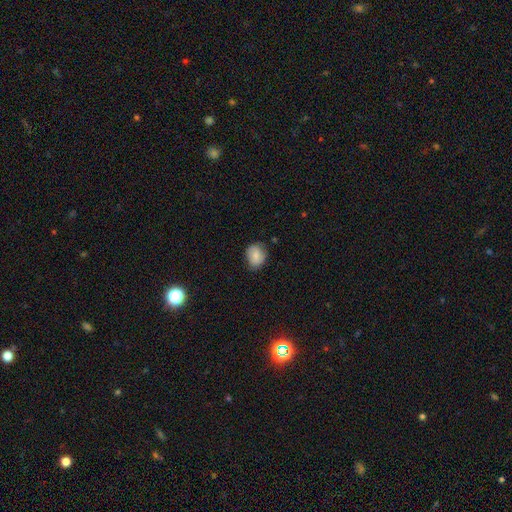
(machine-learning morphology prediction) smooth-or-featured: smooth: 76% | featured or disk: 15% | star or artifact: 8%
  how-rounded: round: 56% | in between: 43% | cigar-shaped: 1%
  merging: none: 71% | minor disturbance: 23% | major disturbance: 5% | merger: 1%